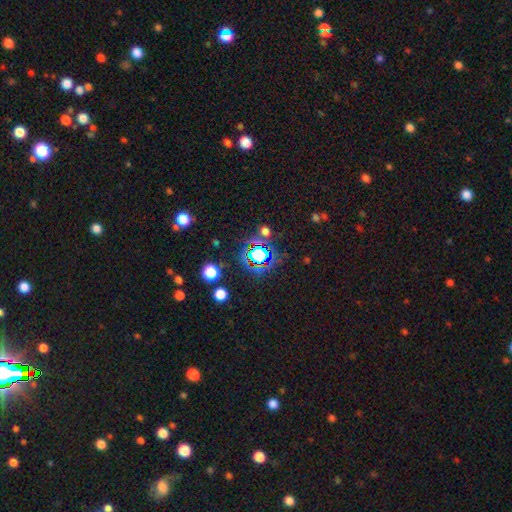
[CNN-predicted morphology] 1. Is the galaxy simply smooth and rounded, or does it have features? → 63% star or artifact, 26% smooth, 12% featured or disk.